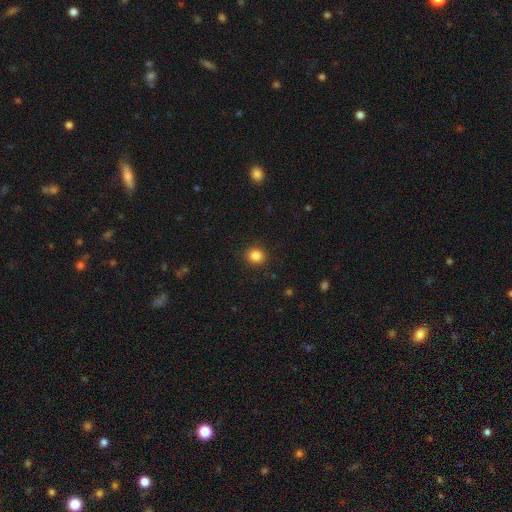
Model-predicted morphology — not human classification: smooth-or-featured: smooth: 84% | star or artifact: 11% | featured or disk: 4%
  how-rounded: round: 89% | in between: 10% | cigar-shaped: 1%
  merging: none: 90% | minor disturbance: 6% | major disturbance: 2% | merger: 1%